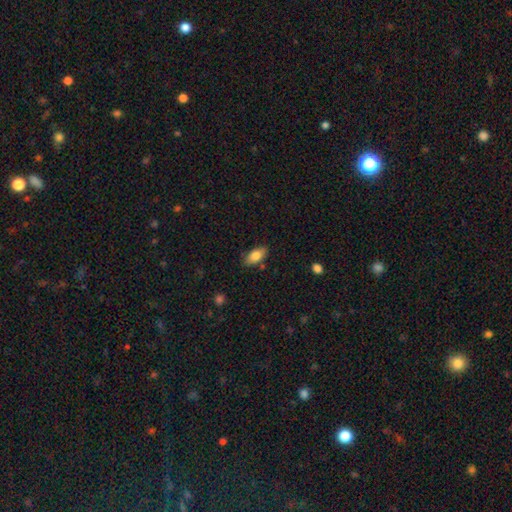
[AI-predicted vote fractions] Smooth or featured?
  - smooth: 81% *
  - featured or disk: 12%
  - star or artifact: 7%
How rounded?
  - in between: 90% *
  - cigar-shaped: 7%
  - round: 3%
Merging?
  - none: 83% *
  - minor disturbance: 13%
  - major disturbance: 2%
  - merger: 2%